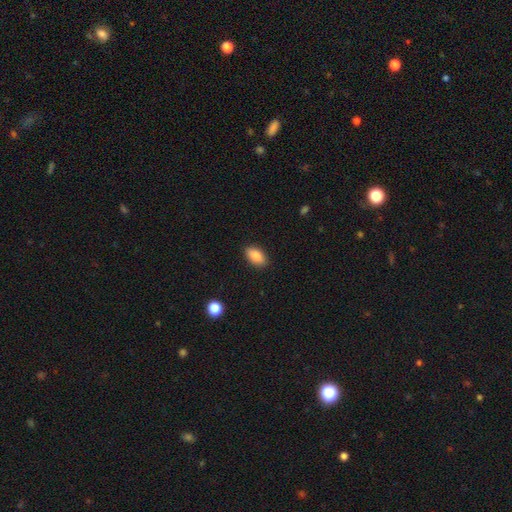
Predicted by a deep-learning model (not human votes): smooth-or-featured: smooth: 87% | star or artifact: 7% | featured or disk: 5%
  how-rounded: in between: 92% | round: 4% | cigar-shaped: 4%
  merging: none: 88% | minor disturbance: 8% | major disturbance: 2% | merger: 1%